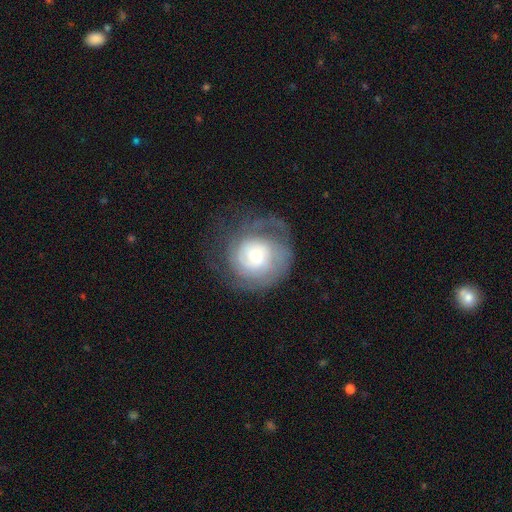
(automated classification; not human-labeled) A featured or disk galaxy (66%) with no bar (72%), tight (56%) spiral arms (86%) and a moderate central bulge (48%).

Vote fractions:
- Smooth or featured? featured or disk: 66% / smooth: 27% / star or artifact: 8%
- Edge-on disk? no: 98% / yes: 2%
- Bar? no: 72% / weak: 24% / strong: 4%
- Spiral arms? yes: 86% / no: 14%
- Spiral winding? tight: 56% / medium: 30% / loose: 14%
- Spiral arm count? can't tell: 39% / 2: 30% / 1: 12% / 3: 10% / 4: 5% / more than 4: 4%
- Bulge size? moderate: 48% / small: 34% / large: 14% / dominant: 3% / none: 2%
- Merging? none: 53% / major disturbance: 26% / minor disturbance: 20% / merger: 1%